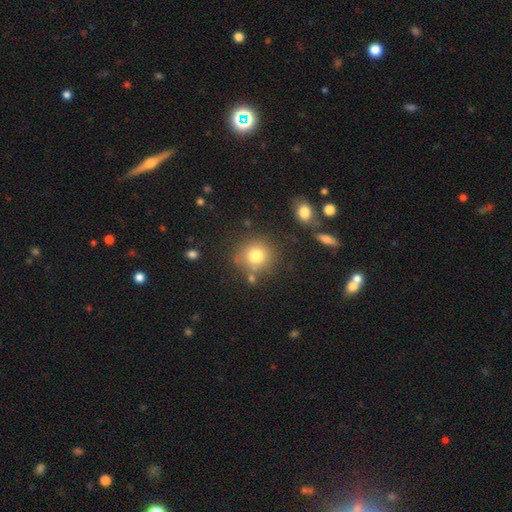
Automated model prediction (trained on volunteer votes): A smooth galaxy with no disk features (77%) that is round (89%). Merging: none (76%).